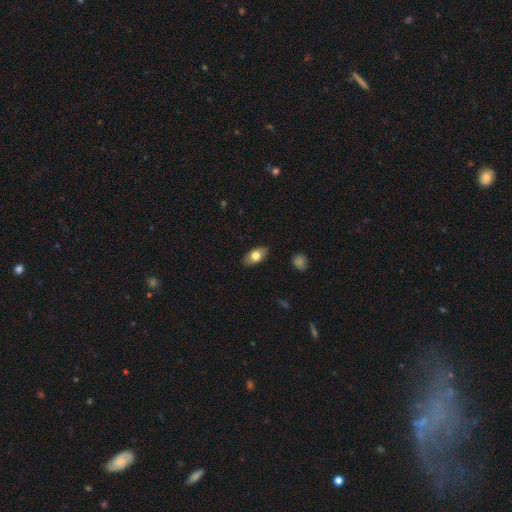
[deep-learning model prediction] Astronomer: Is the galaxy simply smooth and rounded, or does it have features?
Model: smooth — 75%.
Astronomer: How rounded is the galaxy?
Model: in between — 90%.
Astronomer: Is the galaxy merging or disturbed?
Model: none — 86%.